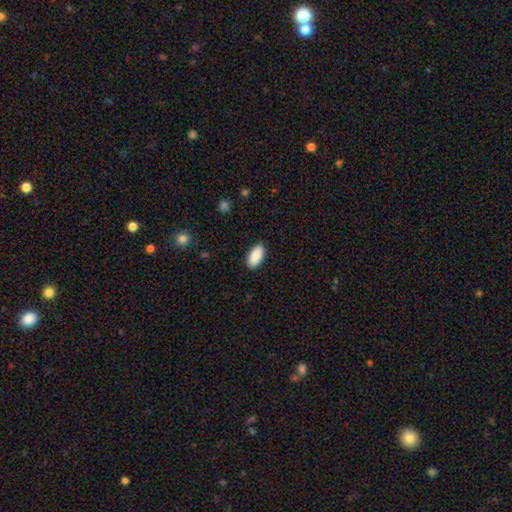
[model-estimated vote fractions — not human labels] Smooth or featured? smooth (91%)
How rounded? in between (95%)
Merging? none (90%)